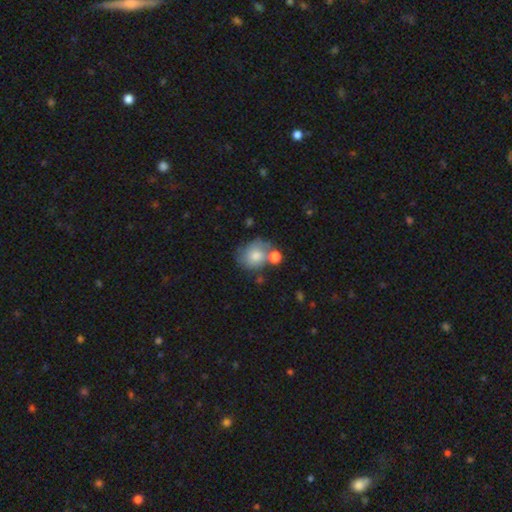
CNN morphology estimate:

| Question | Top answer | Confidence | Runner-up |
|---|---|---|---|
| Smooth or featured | smooth | 68% | featured or disk (23%) |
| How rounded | round | 65% | in between (34%) |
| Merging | none | 46% | merger (24%) |